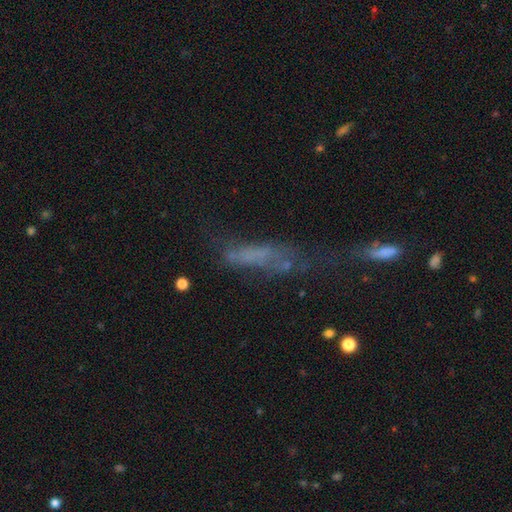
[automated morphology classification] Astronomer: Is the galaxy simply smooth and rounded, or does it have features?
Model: smooth — 45% (runner-up: featured or disk, 33%).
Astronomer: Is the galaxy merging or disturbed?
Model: major disturbance — 34% (runner-up: none, 26%).